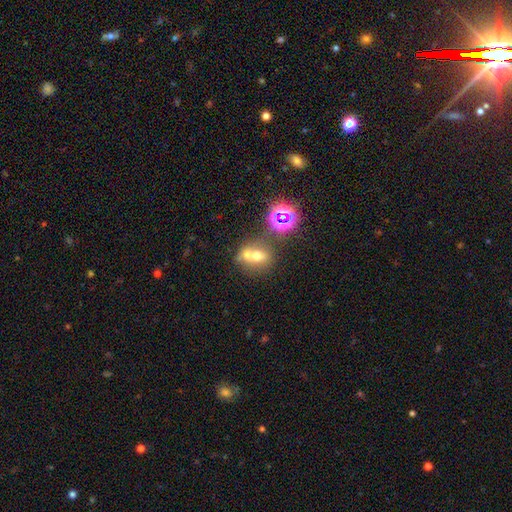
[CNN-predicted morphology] This appears to be a smooth galaxy with no disk features (57%) that is round (59%). Merging: merger (53%).